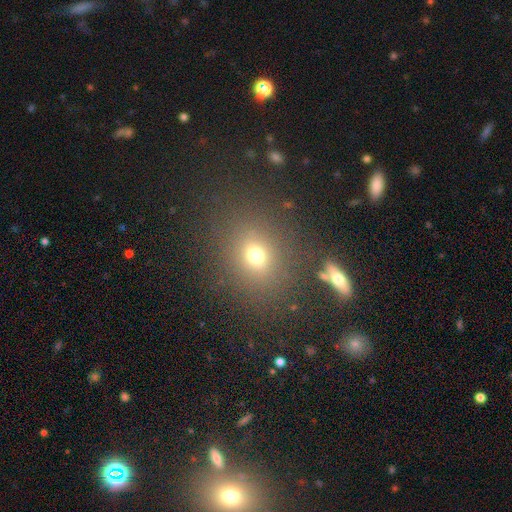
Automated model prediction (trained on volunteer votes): A smooth galaxy with no disk features (69%) that is round (62%). Merging: none (81%).